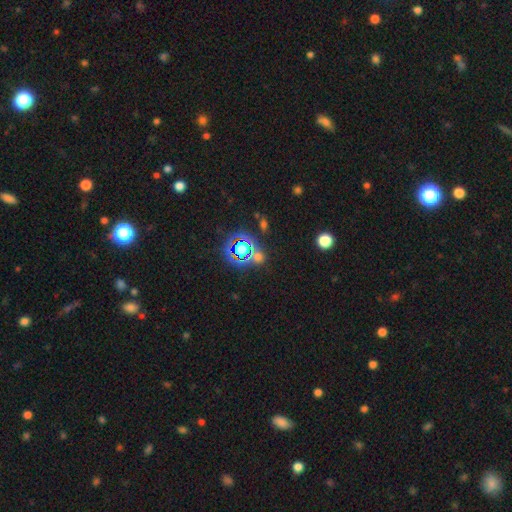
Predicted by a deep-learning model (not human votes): Q: Smooth or featured?
A: star or artifact (72%); runner-up: smooth (19%)